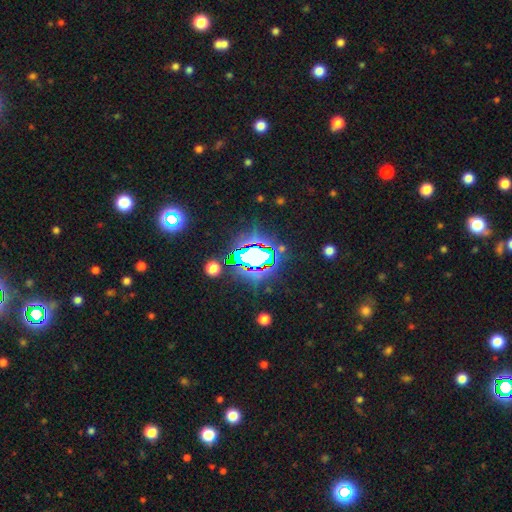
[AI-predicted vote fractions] A star or artifact, not a galaxy (67%).

Vote fractions:
- Smooth or featured? star or artifact: 67% / smooth: 20% / featured or disk: 13%